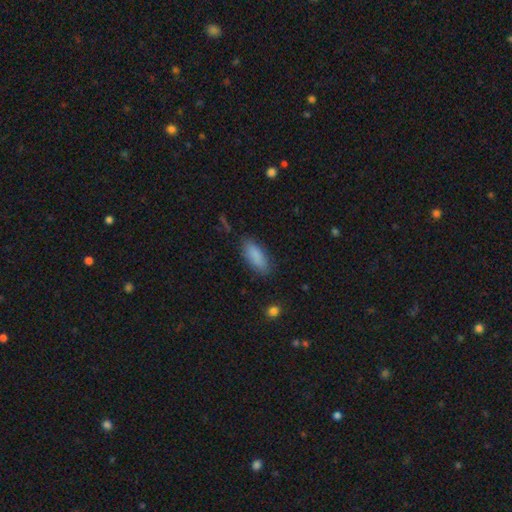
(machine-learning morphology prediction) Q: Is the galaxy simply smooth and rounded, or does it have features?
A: smooth — 87%.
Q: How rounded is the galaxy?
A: in between — 74%.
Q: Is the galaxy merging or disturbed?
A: none — 82%.